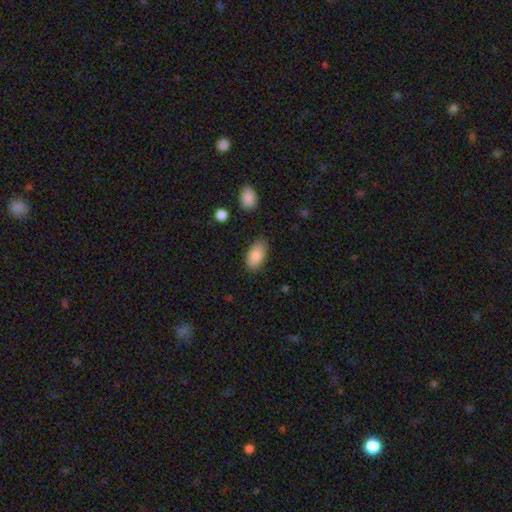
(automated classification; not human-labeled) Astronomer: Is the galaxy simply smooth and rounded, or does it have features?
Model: smooth — 86%.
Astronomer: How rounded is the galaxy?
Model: in between — 94%.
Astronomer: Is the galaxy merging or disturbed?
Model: none — 81%.